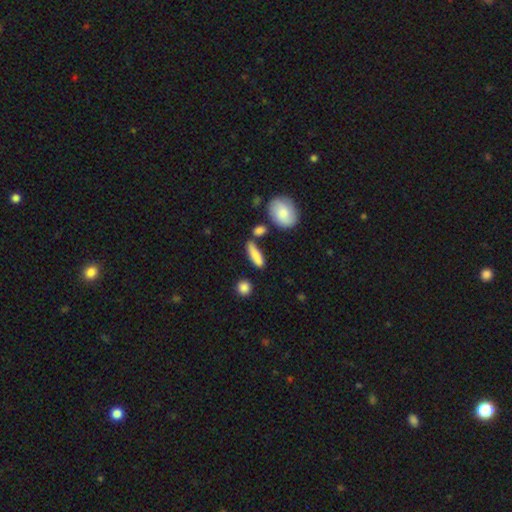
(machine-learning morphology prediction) smooth_or_featured: smooth (p=0.82) [alt: featured or disk p=0.11]
how_rounded: cigar-shaped (p=0.57) [alt: in between p=0.39]
merging: none (p=0.66) [alt: minor disturbance p=0.17]